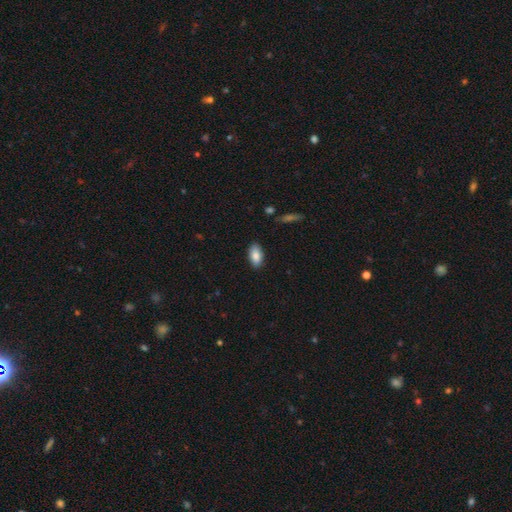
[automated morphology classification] smooth-or-featured: smooth: 85% | featured or disk: 8% | star or artifact: 7%
  how-rounded: in between: 92% | cigar-shaped: 5% | round: 3%
  merging: none: 88% | minor disturbance: 9% | major disturbance: 2% | merger: 1%